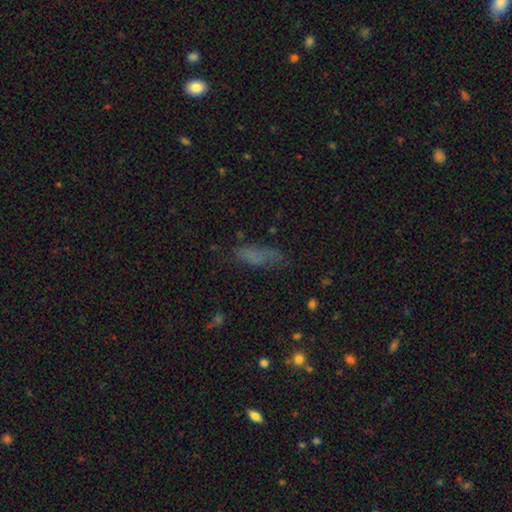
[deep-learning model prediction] Morphology: type=smooth (67%); roundness=in between (55%); merging=none (57%).